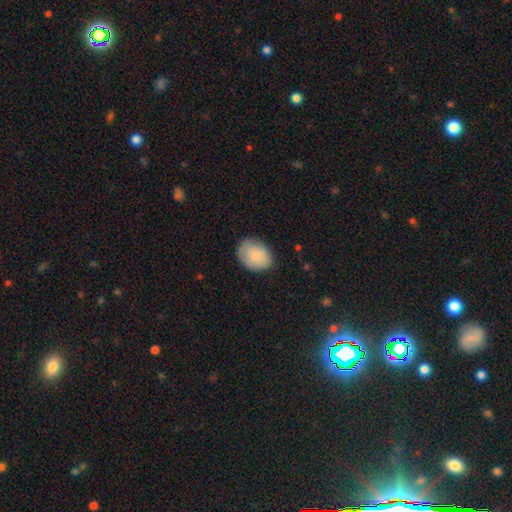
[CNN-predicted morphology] smooth_or_featured: smooth (p=0.83) [alt: featured or disk p=0.10]
how_rounded: in between (p=0.71) [alt: round p=0.28]
merging: none (p=0.79) [alt: minor disturbance p=0.17]